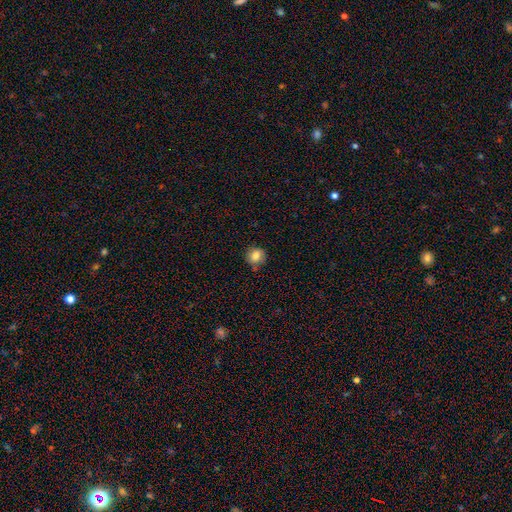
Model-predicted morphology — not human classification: Smooth or featured? smooth (81%)
How rounded? round (84%)
Merging? none (80%)